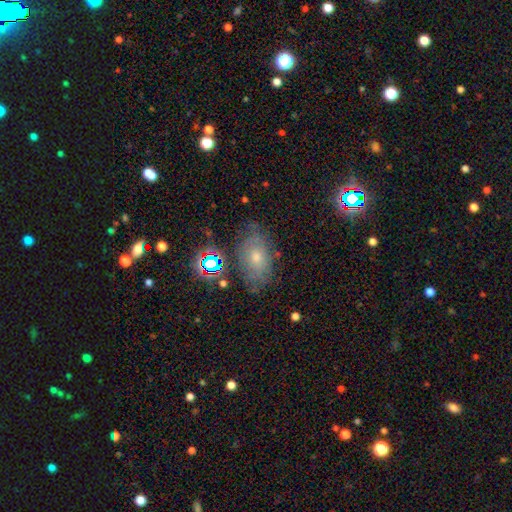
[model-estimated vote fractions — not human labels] Smooth or featured: smooth — 50% (featured or disk — 34%)
How rounded: in between — 87% (round — 11%)
Merging: none — 67% (minor disturbance — 21%)